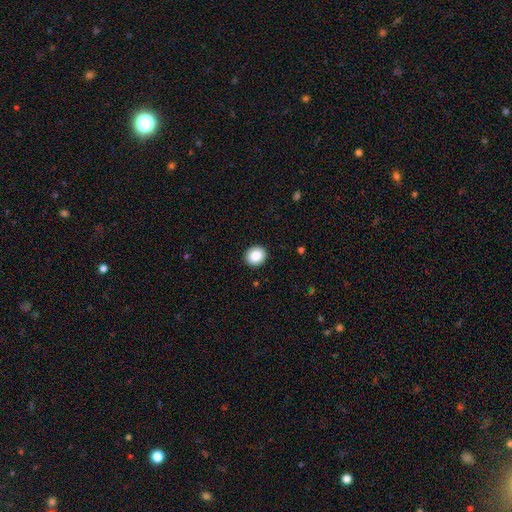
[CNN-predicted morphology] smooth_or_featured: smooth (p=0.87) [alt: star or artifact p=0.08]
how_rounded: round (p=0.83) [alt: in between p=0.16]
merging: none (p=0.92) [alt: minor disturbance p=0.05]